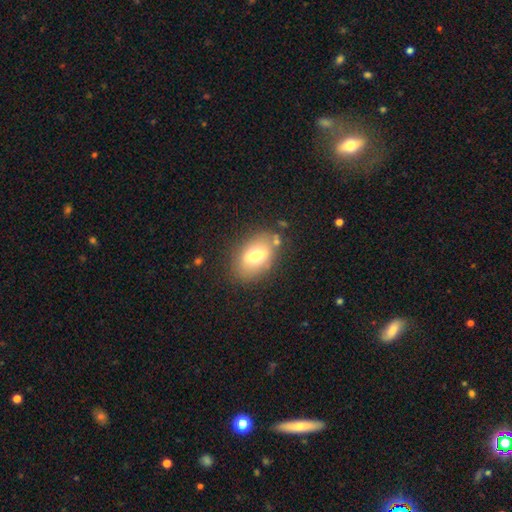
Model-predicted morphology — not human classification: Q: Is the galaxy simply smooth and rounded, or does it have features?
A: smooth — 63%.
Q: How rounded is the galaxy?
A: in between — 83%.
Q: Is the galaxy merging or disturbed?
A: none — 76%.